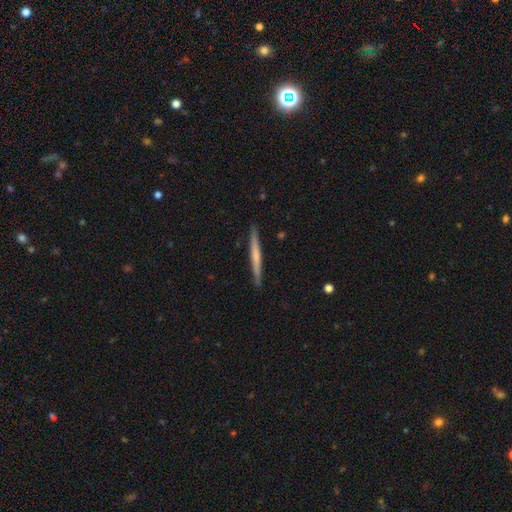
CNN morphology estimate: This appears to be a featured or disk galaxy (49%). Merging: none (91%).